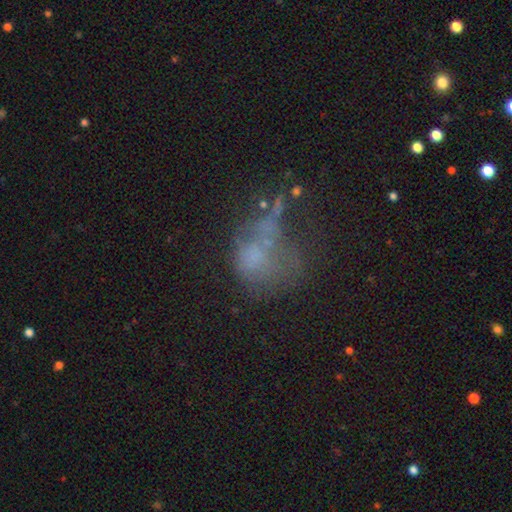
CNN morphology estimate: type=smooth (42%); merging=major disturbance (40%).